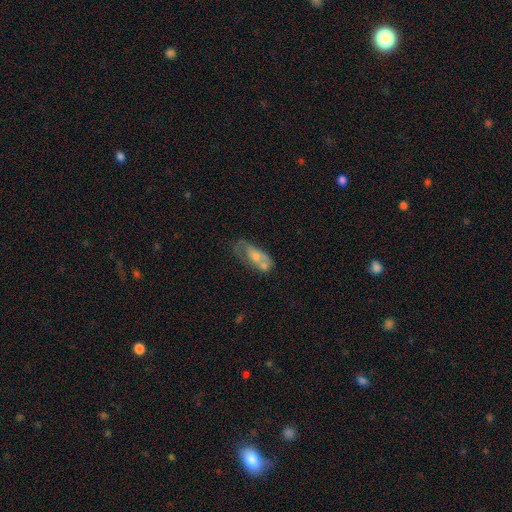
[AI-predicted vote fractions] Smooth or featured? featured or disk (49%)
Merging? none (33%)